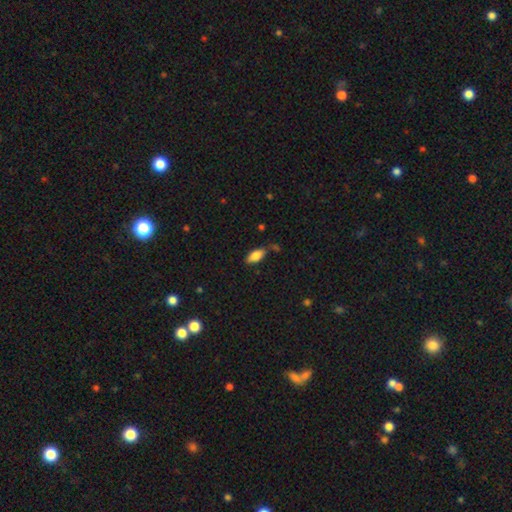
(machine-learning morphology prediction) Smooth or featured: smooth — 82% (featured or disk — 11%)
How rounded: in between — 87% (cigar-shaped — 10%)
Merging: none — 72% (minor disturbance — 18%)